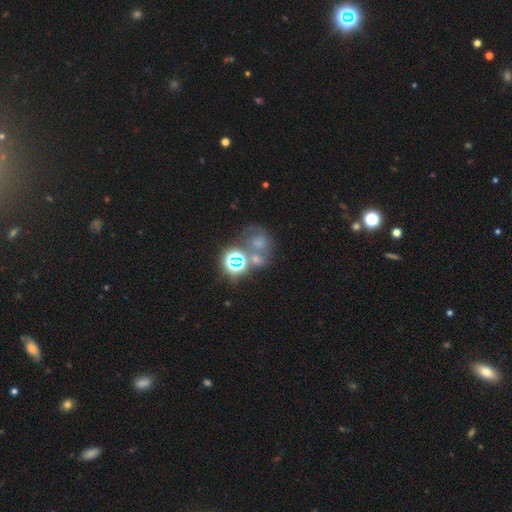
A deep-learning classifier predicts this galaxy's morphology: Smooth or featured? star or artifact (48%)